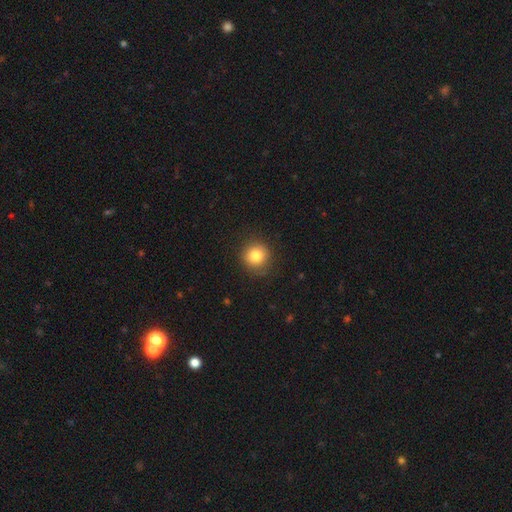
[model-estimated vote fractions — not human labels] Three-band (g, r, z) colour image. It shows a smooth galaxy with no disk features (82%) that is round (91%). Merging: none (85%).